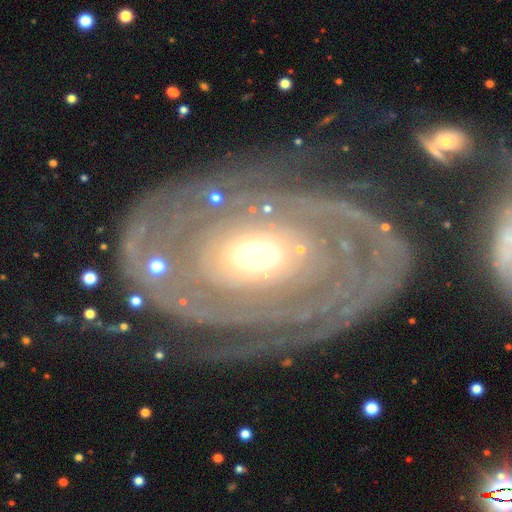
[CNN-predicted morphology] type=featured or disk (88%); edge-on=no (95%); bar=no (76%); spiral arms=yes (85%); winding=tight (69%); arm count=2 (37%); bulge=moderate (63%); merging=none (67%).